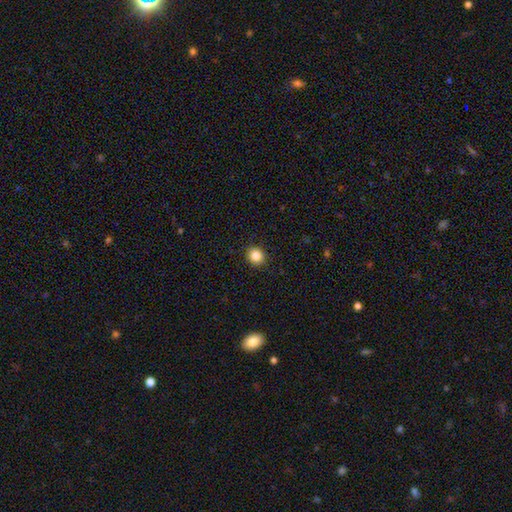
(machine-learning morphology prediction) Smooth or featured: smooth — 85% (star or artifact — 10%)
How rounded: round — 85% (in between — 14%)
Merging: none — 92% (minor disturbance — 5%)